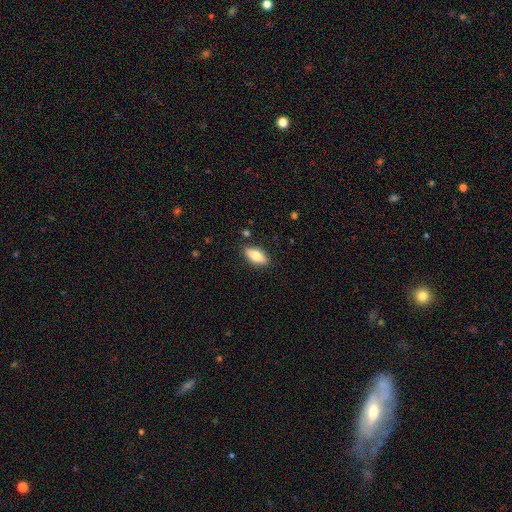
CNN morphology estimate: A smooth galaxy with no disk features (71%) that is in between round and cigar-shaped (76%).

Vote fractions:
- Smooth or featured? smooth: 71% / featured or disk: 22% / star or artifact: 7%
- How rounded? in between: 76% / cigar-shaped: 21% / round: 3%
- Merging? none: 85% / minor disturbance: 11% / major disturbance: 2% / merger: 2%